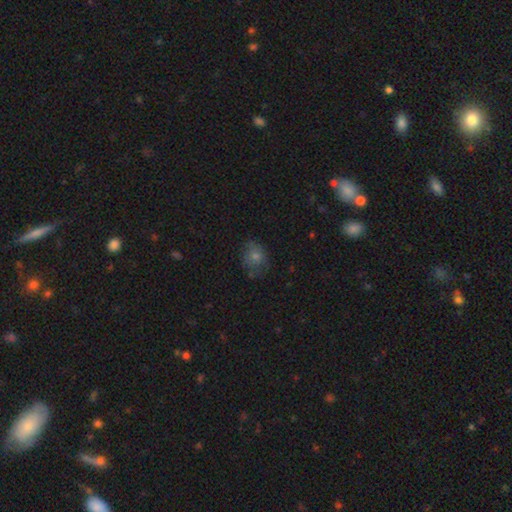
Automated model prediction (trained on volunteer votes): Overall: smooth (67%). How rounded: round (68%; in between 31%). Merging: none (68%).